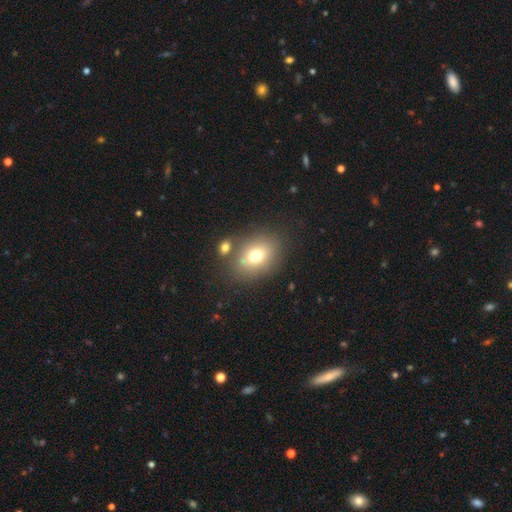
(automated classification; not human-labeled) This appears to be a smooth galaxy with no disk features (72%) that is in between round and cigar-shaped (67%). Merging: none (72%).